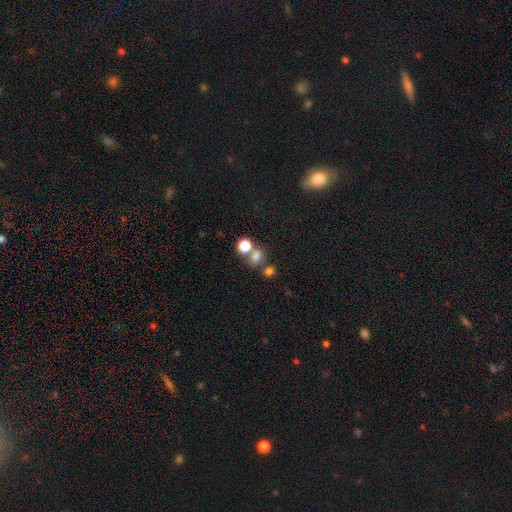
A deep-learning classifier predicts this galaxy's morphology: A smooth galaxy with no disk features (72%) that is round (55%).

Vote fractions:
- Smooth or featured? smooth: 72% / star or artifact: 19% / featured or disk: 9%
- How rounded? round: 55% / in between: 43% / cigar-shaped: 1%
- Merging? none: 50% / merger: 34% / minor disturbance: 10% / major disturbance: 6%